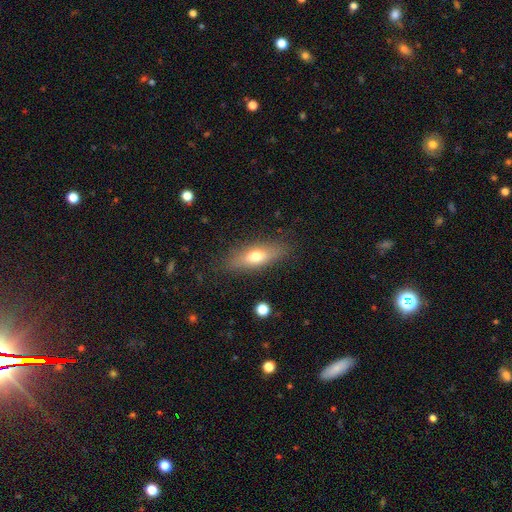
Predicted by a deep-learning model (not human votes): This is likely a smooth galaxy (66%). How rounded: likely in between (62%). Merging: clearly none (83%).